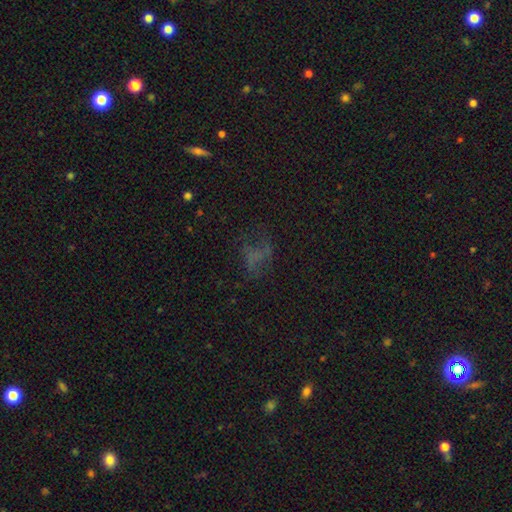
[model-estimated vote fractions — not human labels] Morphology: type=smooth (37%); merging=none (49%).